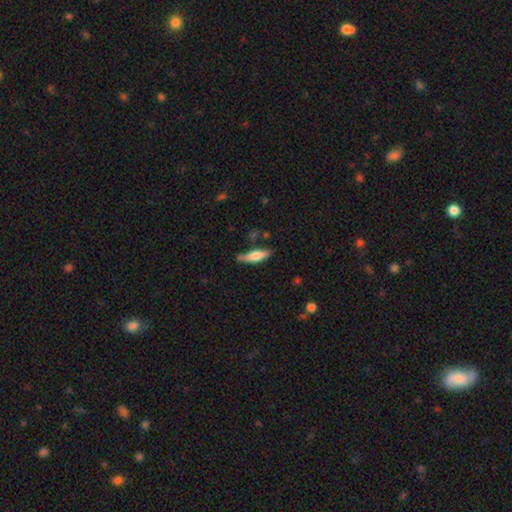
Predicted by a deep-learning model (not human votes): Morphology: type=smooth (64%); roundness=cigar-shaped (63%); merging=none (68%).